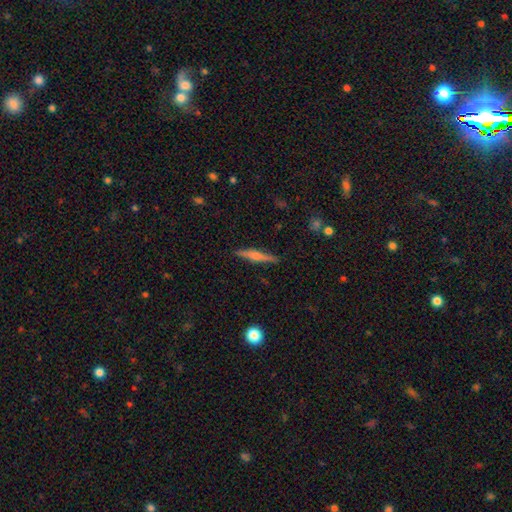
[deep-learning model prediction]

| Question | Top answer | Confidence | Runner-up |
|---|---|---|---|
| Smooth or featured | featured or disk | 54% | smooth (39%) |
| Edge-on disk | yes | 97% | no (3%) |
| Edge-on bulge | rounded | 63% | boxy (22%) |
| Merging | none | 89% | minor disturbance (8%) |